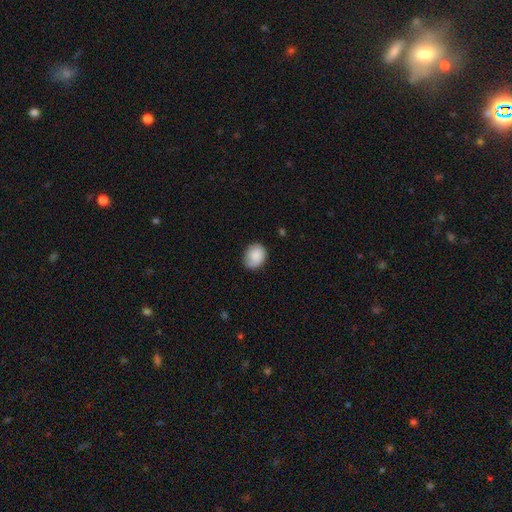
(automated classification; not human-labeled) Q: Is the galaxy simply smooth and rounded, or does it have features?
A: smooth — 84%.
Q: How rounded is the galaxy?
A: round — 58%.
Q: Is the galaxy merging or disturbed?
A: none — 75%.